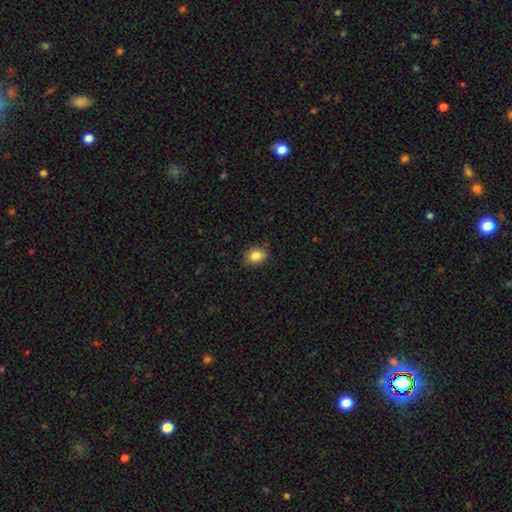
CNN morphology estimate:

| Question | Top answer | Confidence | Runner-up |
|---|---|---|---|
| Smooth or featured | smooth | 84% | star or artifact (9%) |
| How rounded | round | 52% | in between (47%) |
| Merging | none | 81% | minor disturbance (15%) |